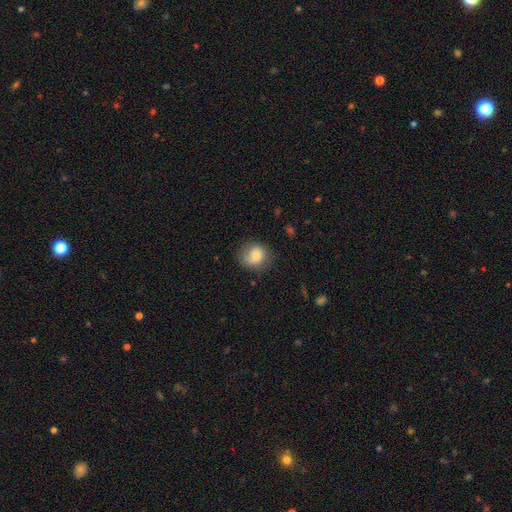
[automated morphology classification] smooth-or-featured: smooth: 78% | featured or disk: 14% | star or artifact: 8%
  how-rounded: round: 79% | in between: 20% | cigar-shaped: 1%
  merging: none: 69% | minor disturbance: 22% | major disturbance: 7% | merger: 2%